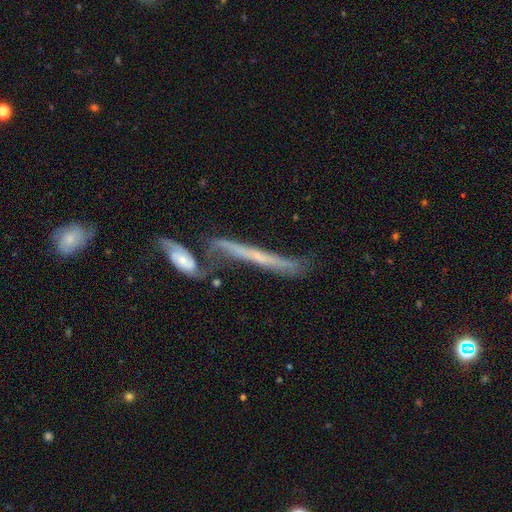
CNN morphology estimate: type=featured or disk (62%); edge-on=yes (82%); edge-on bulge=none (68%); merging=none (45%).